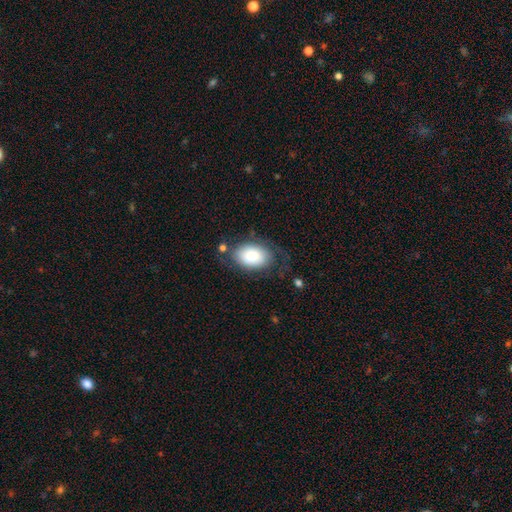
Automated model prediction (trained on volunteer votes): Smooth or featured?
  - smooth: 72% *
  - featured or disk: 21%
  - star or artifact: 7%
How rounded?
  - in between: 88% *
  - round: 11%
  - cigar-shaped: 1%
Merging?
  - none: 54% *
  - minor disturbance: 23%
  - major disturbance: 18%
  - merger: 4%